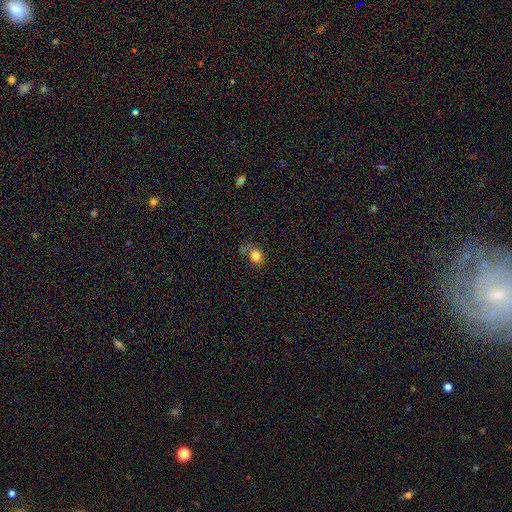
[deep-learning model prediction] Morphology: type=smooth (81%); roundness=round (56%); merging=none (50%).